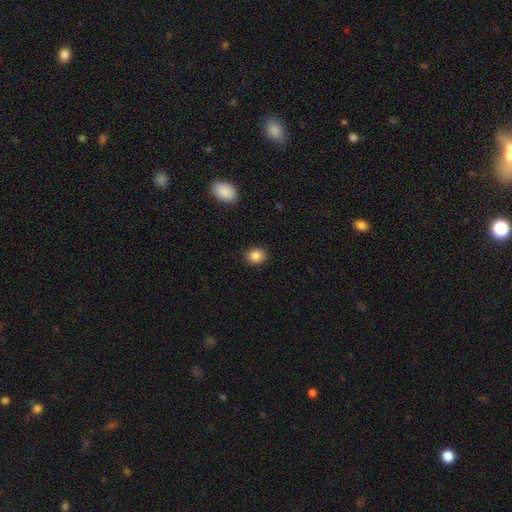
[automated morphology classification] Smooth or featured? Predicted: smooth (p=0.85). How rounded? Predicted: round (p=0.61). Merging? Predicted: none (p=0.89).